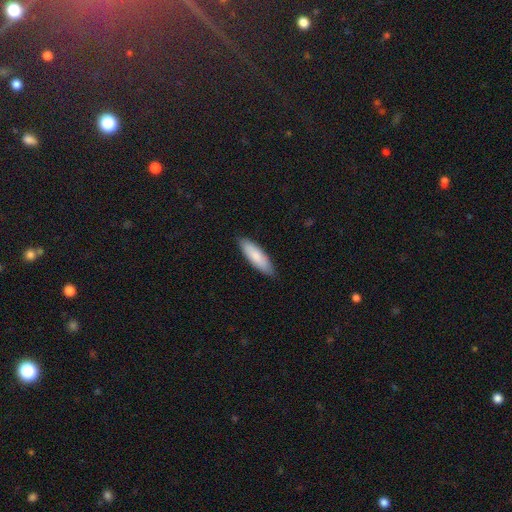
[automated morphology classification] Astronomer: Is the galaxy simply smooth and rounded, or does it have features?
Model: smooth — 83%.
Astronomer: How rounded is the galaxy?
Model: cigar-shaped — 51% (runner-up: in between, 48%).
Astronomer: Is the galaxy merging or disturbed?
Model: none — 86%.